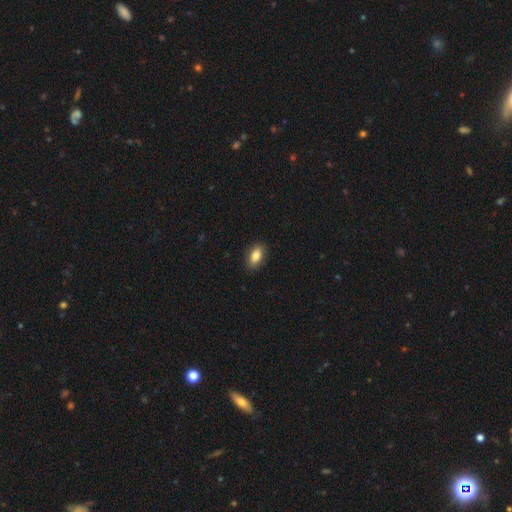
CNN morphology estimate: This appears to be a smooth galaxy with no disk features (86%) that is in between round and cigar-shaped (90%). Merging: none (88%).